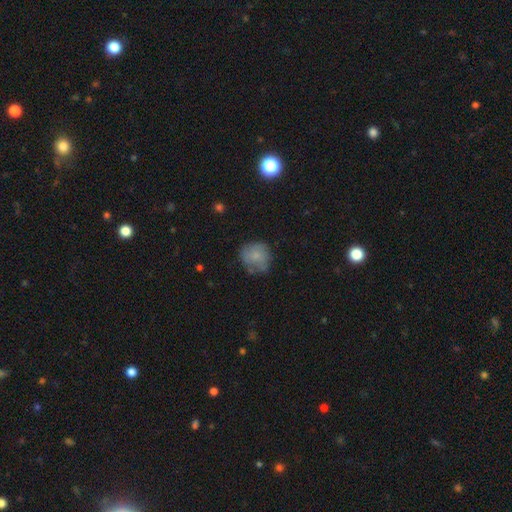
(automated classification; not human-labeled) The model was most divided on "merging": none: 63%, minor disturbance: 25%, major disturbance: 9%, merger: 3%. More confident: how rounded — round (81%); smooth or featured — smooth (69%).